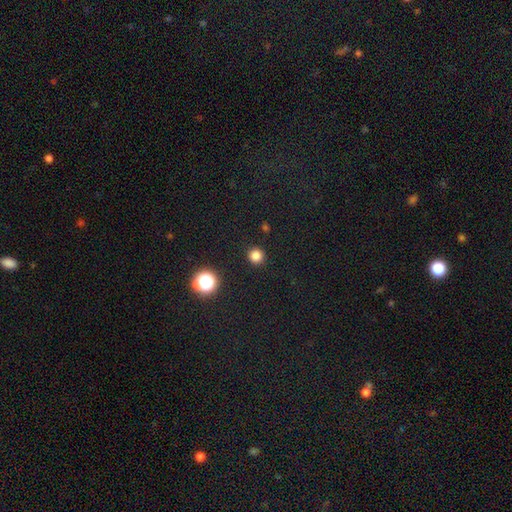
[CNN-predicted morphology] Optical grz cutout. It shows a smooth galaxy with no disk features (81%) that is round (94%). Merging: none (92%).